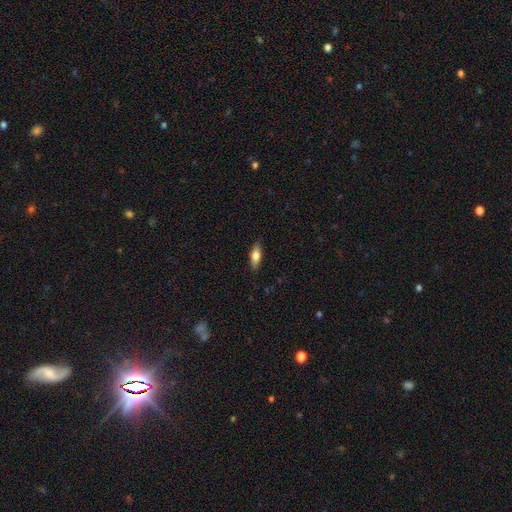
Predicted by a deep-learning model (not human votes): This is likely a smooth galaxy (73%). How rounded: likely in between (66%). Merging: clearly none (86%).